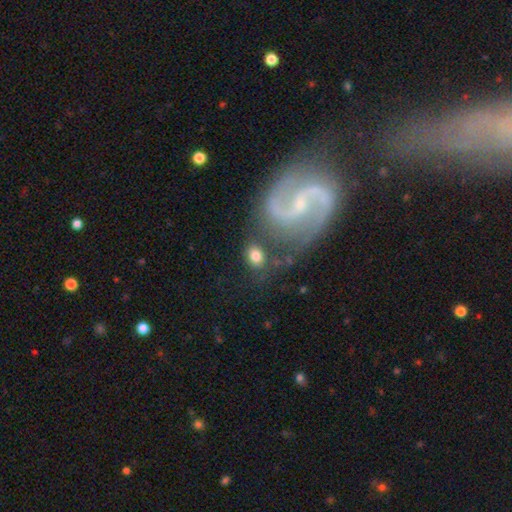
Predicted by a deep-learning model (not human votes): Smooth or featured? Predicted: smooth (p=0.74). How rounded? Predicted: in between (p=0.60). Merging? Predicted: none (p=0.66).